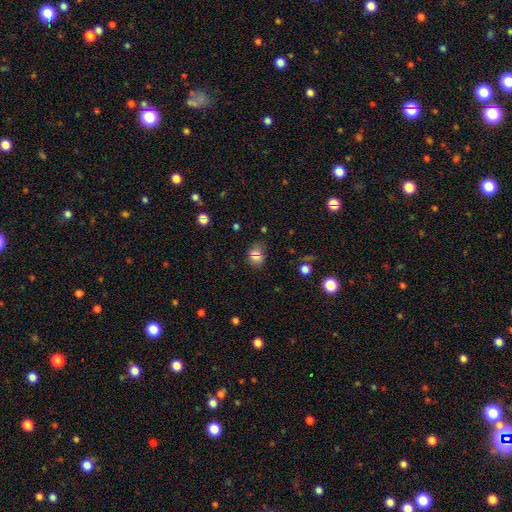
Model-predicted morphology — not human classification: A smooth galaxy with no disk features (63%) that is round (57%).

Vote fractions:
- Smooth or featured? smooth: 63% / star or artifact: 26% / featured or disk: 10%
- How rounded? round: 57% / in between: 42% / cigar-shaped: 2%
- Merging? none: 70% / minor disturbance: 14% / merger: 11% / major disturbance: 6%